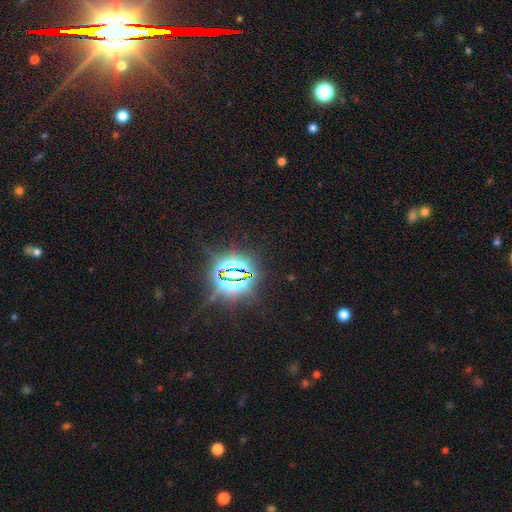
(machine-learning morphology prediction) Smooth or featured: star or artifact — 83% (smooth — 9%)